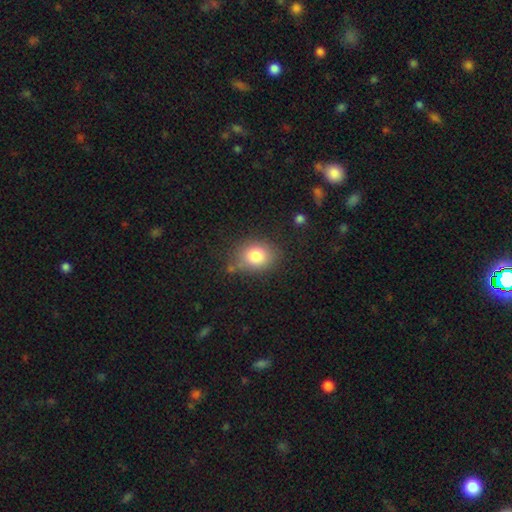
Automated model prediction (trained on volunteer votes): smooth_or_featured: smooth (p=0.81) [alt: star or artifact p=0.10]
how_rounded: in between (p=0.51) [alt: round p=0.48]
merging: none (p=0.75) [alt: minor disturbance p=0.16]